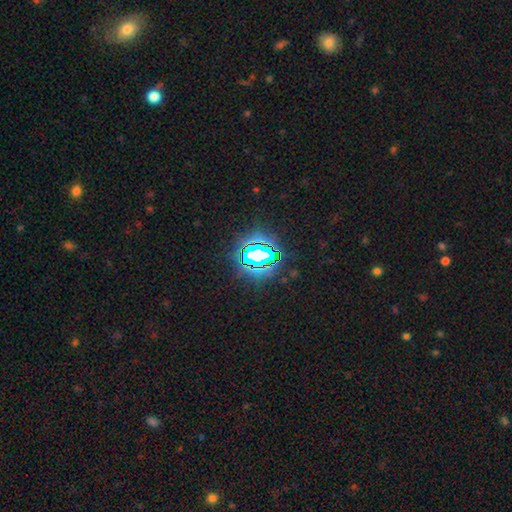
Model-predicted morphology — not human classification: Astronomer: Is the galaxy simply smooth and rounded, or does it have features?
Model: star or artifact — 76%.